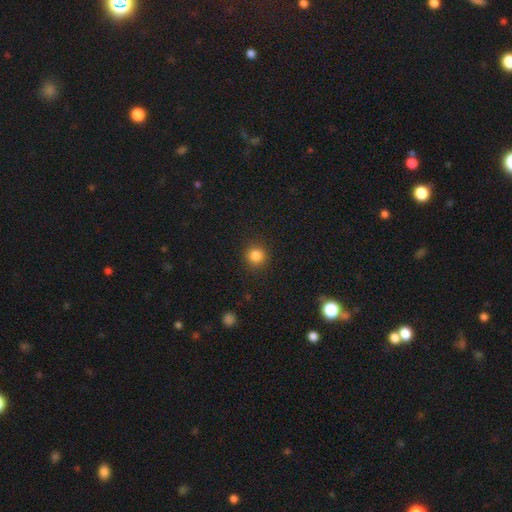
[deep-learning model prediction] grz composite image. It shows a smooth galaxy with no disk features (84%) that is round (93%). Merging: none (91%).